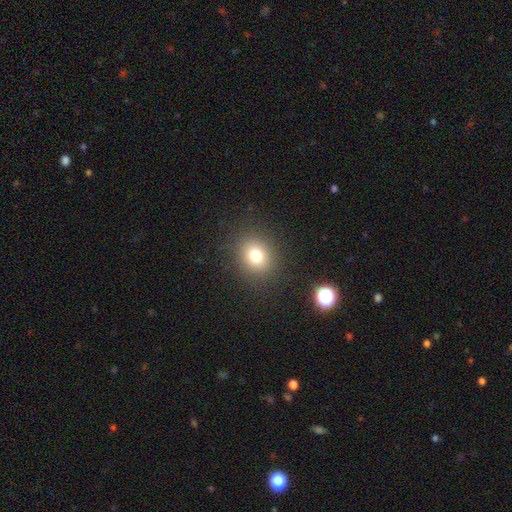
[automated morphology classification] This is likely a smooth galaxy (76%). How rounded: likely round (71%). Merging: clearly none (88%).